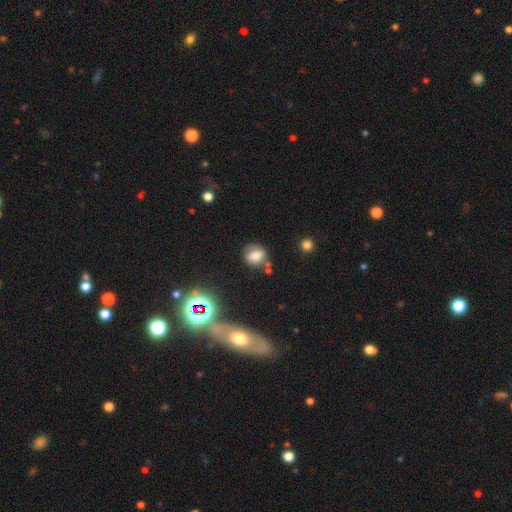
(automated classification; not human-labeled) Smooth or featured? smooth (71%)
How rounded? round (63%)
Merging? none (67%)